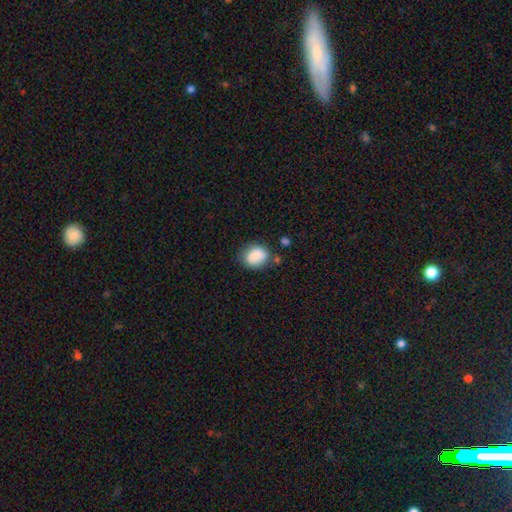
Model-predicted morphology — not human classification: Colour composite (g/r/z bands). It shows a smooth galaxy with no disk features (84%) that is in between round and cigar-shaped (56%). Merging: none (65%).